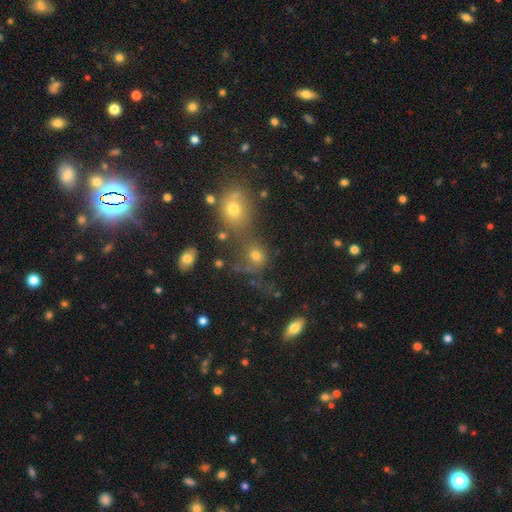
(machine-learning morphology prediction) smooth_or_featured: smooth (p=0.68) [alt: star or artifact p=0.18]
how_rounded: round (p=0.66) [alt: in between p=0.32]
merging: merger (p=0.39) [alt: none p=0.36]